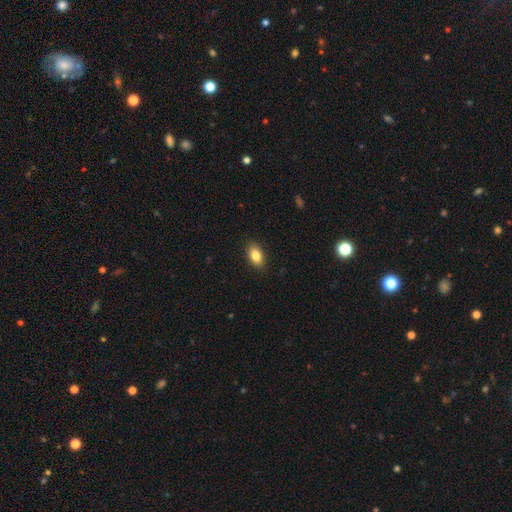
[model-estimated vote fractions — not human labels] This appears to be a smooth galaxy with no disk features (86%) that is in between round and cigar-shaped (90%). Merging: none (88%).